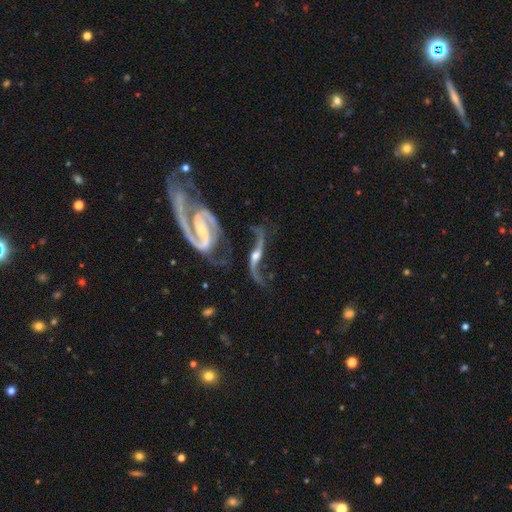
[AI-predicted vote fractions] The model was most divided on "bar" (2-way tie): weak: 37%, no: 37%, strong: 26%. Remaining: spiral arms — yes (95%); spiral arm count — 2 (91%); smooth or featured — featured or disk (89%); spiral winding — loose (86%); edge-on disk — no (84%); bulge size — moderate (51%); merging — none (47%).